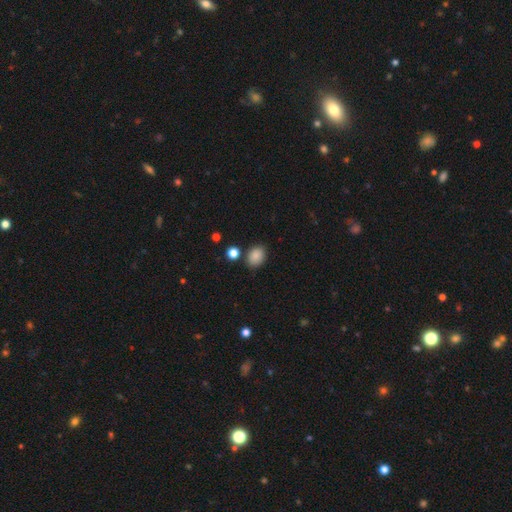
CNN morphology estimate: A smooth galaxy with no disk features (87%) that is in between round and cigar-shaped (64%). Merging: none (80%).